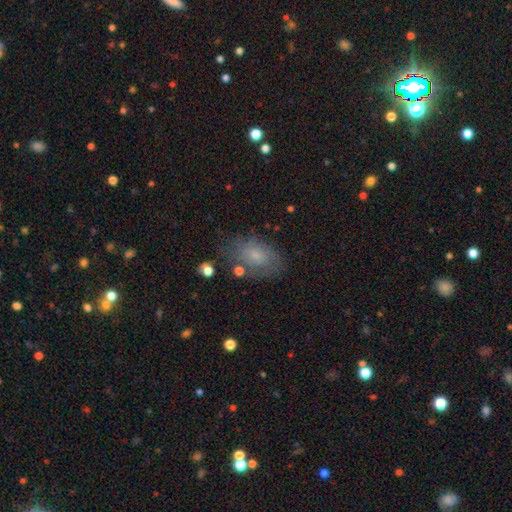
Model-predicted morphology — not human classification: type=smooth (63%); roundness=in between (88%); merging=none (65%).